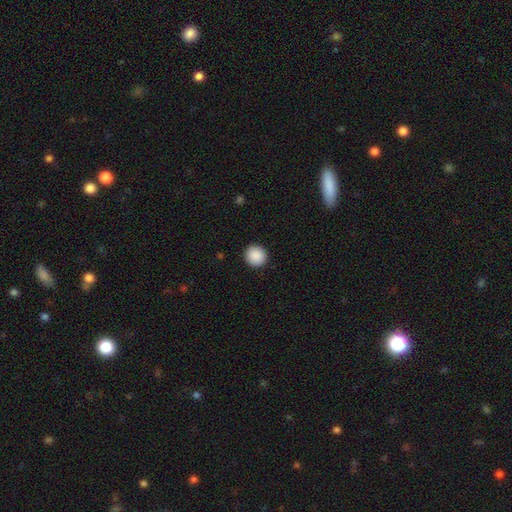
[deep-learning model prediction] Smooth or featured: smooth — 90% (star or artifact — 7%)
How rounded: round — 93% (in between — 6%)
Merging: none — 92% (minor disturbance — 5%)